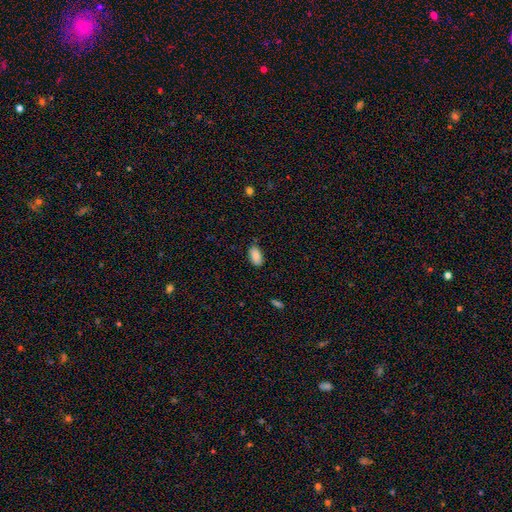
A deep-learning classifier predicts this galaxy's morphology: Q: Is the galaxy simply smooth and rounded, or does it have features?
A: smooth — 88%.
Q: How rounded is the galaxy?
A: in between — 93%.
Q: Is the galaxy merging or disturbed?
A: none — 77%.